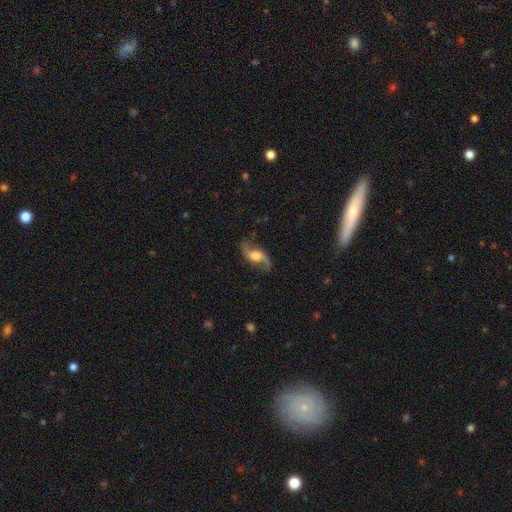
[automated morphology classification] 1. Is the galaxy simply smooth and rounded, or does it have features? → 85% featured or disk, 10% smooth, 6% star or artifact.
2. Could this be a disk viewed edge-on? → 94% no, 6% yes.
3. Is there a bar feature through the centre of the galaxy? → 51% no, 38% weak, 11% strong.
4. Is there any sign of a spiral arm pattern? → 96% yes, 4% no.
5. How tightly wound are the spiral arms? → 78% loose, 18% medium, 4% tight.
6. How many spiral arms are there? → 94% 2, 2% 1, 2% can't tell, 1% 3, 1% 4, 1% more than 4.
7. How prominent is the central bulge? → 42% large, 36% moderate, 9% small, 8% none, 4% dominant.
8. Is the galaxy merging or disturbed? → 79% none, 13% minor disturbance, 6% major disturbance, 2% merger.